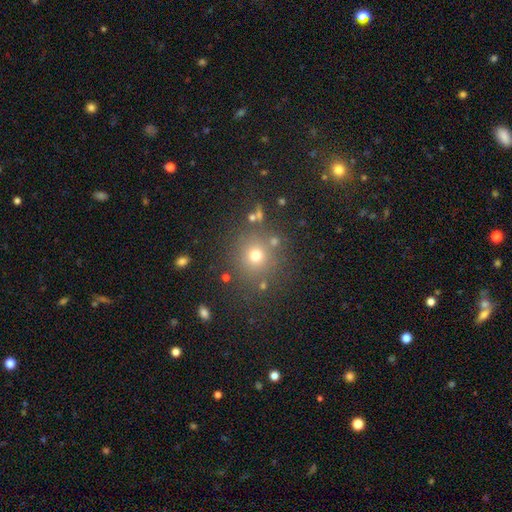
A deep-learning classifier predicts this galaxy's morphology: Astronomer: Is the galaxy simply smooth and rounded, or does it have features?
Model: smooth — 69%.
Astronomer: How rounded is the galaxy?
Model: round — 91%.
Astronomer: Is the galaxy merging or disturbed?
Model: none — 80%.